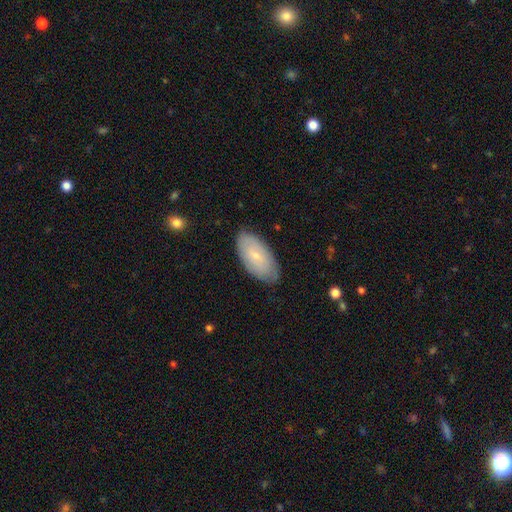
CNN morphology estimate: Smooth or featured: smooth — 63% (featured or disk — 31%)
How rounded: in between — 94% (cigar-shaped — 4%)
Merging: none — 81% (minor disturbance — 15%)